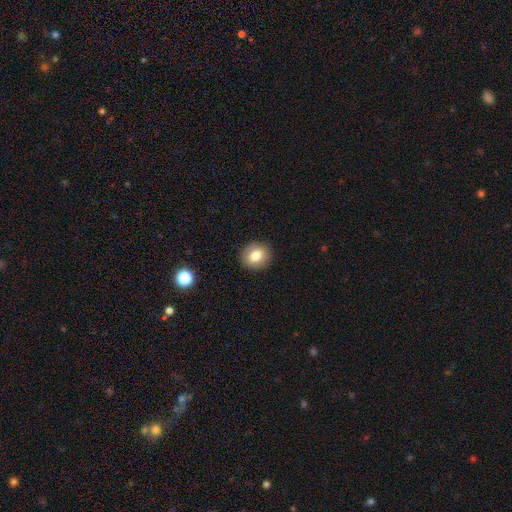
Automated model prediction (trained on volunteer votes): The model was most divided on "how rounded": round: 74%, in between: 25%, cigar-shaped: 1%. More confident: merging — none (90%); smooth or featured — smooth (78%).